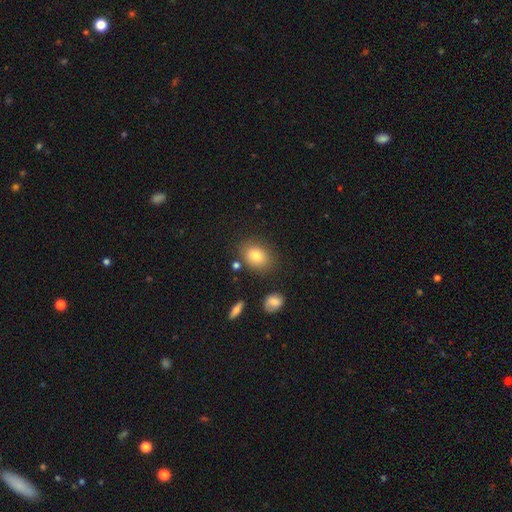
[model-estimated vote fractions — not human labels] Smooth or featured: smooth — 81% (featured or disk — 9%)
How rounded: in between — 63% (round — 35%)
Merging: none — 78% (minor disturbance — 13%)